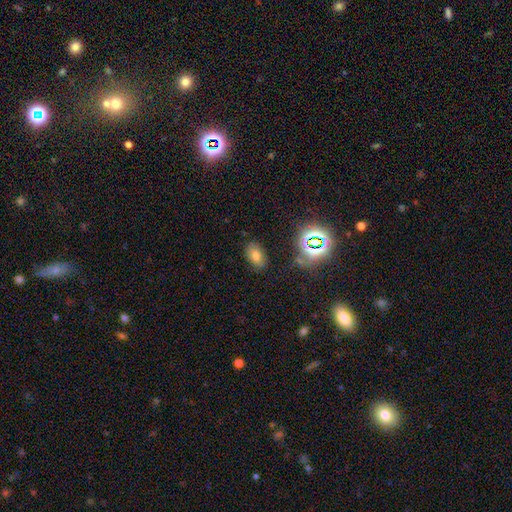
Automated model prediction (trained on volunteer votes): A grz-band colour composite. It shows a smooth galaxy with no disk features (66%) that is in between round and cigar-shaped (88%). Merging: none (81%).